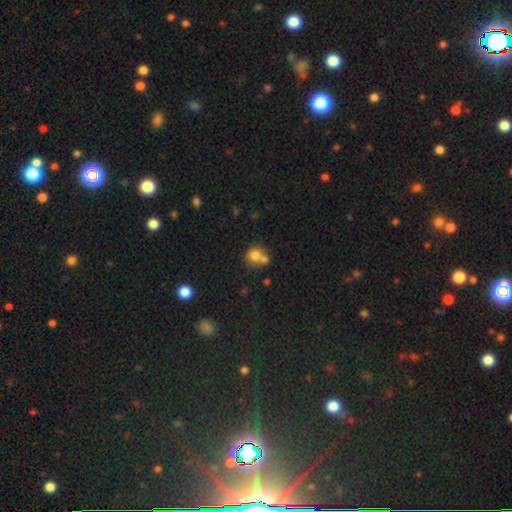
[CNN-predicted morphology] A smooth galaxy with no disk features (75%) that is round (80%). Merging: merger (45%).